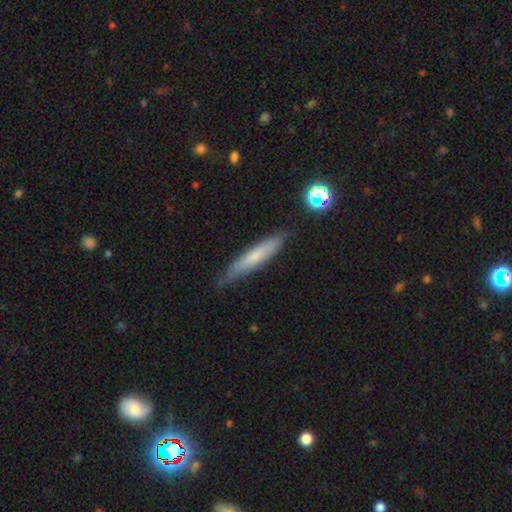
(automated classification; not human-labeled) Smooth or featured?
  - smooth: 63% *
  - featured or disk: 29%
  - star or artifact: 7%
How rounded?
  - cigar-shaped: 91% *
  - in between: 8%
  - round: 1%
Merging?
  - none: 79% *
  - minor disturbance: 17%
  - major disturbance: 3%
  - merger: 2%